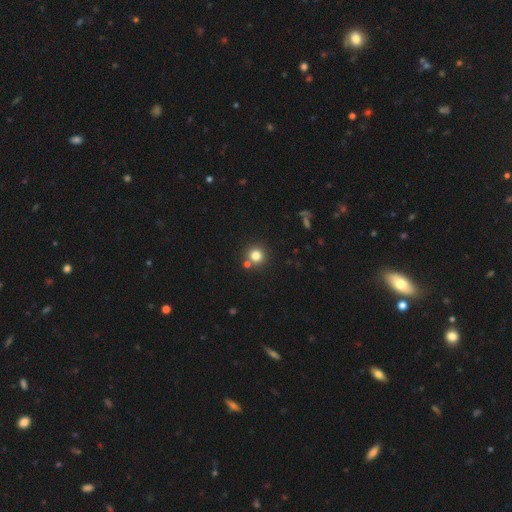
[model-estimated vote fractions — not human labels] Overall: smooth (80%). How rounded: round (94%). Merging: none (78%).